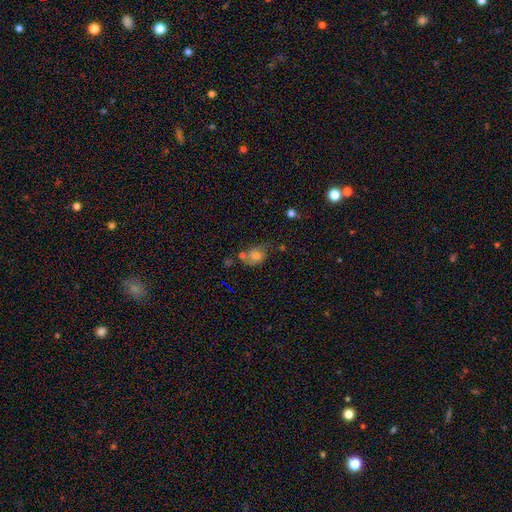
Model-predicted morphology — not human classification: smooth_or_featured: smooth (p=0.62) [alt: featured or disk p=0.26]
how_rounded: in between (p=0.65) [alt: round p=0.33]
merging: none (p=0.40) [alt: minor disturbance p=0.26]